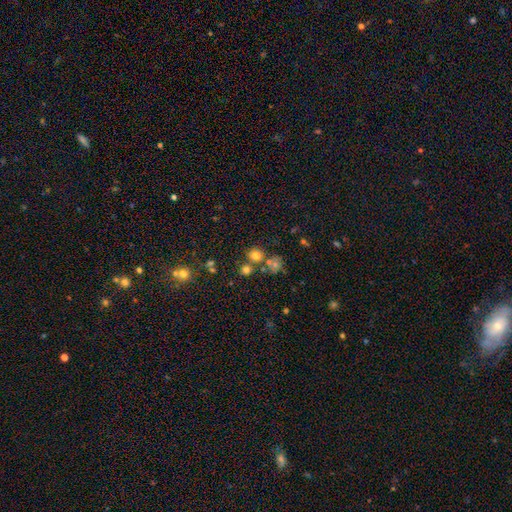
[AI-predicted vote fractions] A smooth galaxy with no disk features (73%) that is round (87%). Merging: none (69%).